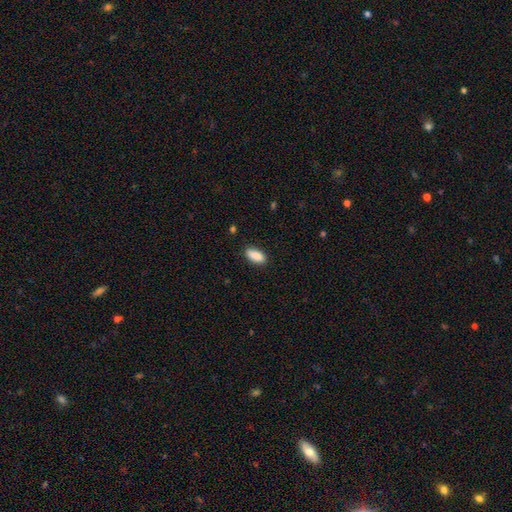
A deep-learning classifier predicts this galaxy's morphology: Q: Smooth or featured?
A: smooth (88%); runner-up: star or artifact (7%)
Q: How rounded?
A: in between (85%); runner-up: cigar-shaped (12%)
Q: Merging?
A: none (83%); runner-up: minor disturbance (13%)